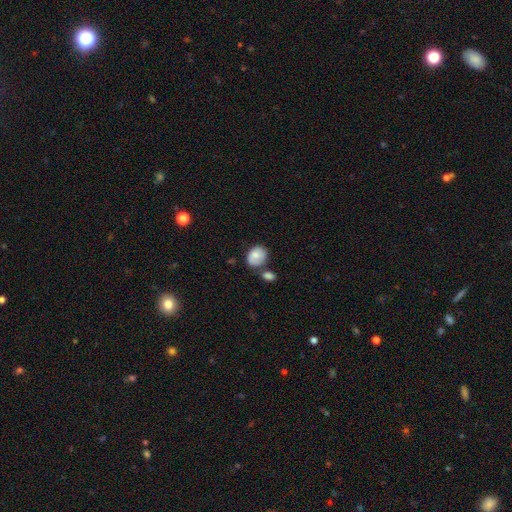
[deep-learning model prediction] Smooth or featured?
  - smooth: 79% *
  - featured or disk: 14%
  - star or artifact: 8%
How rounded?
  - in between: 57% *
  - round: 42%
  - cigar-shaped: 1%
Merging?
  - none: 53% *
  - minor disturbance: 22%
  - merger: 20%
  - major disturbance: 6%